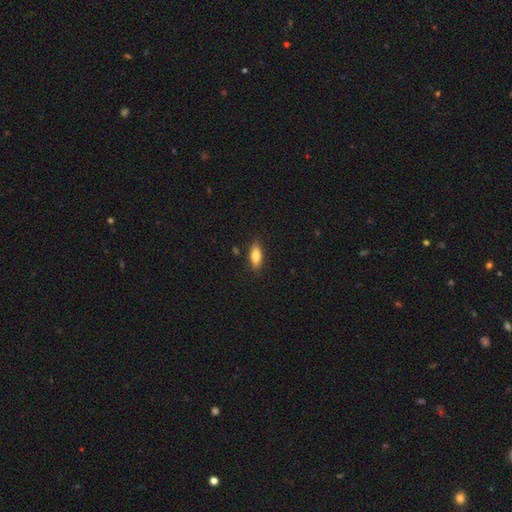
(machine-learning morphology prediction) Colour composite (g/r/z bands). It shows a smooth galaxy with no disk features (78%) that is in between round and cigar-shaped (75%). Merging: none (85%).